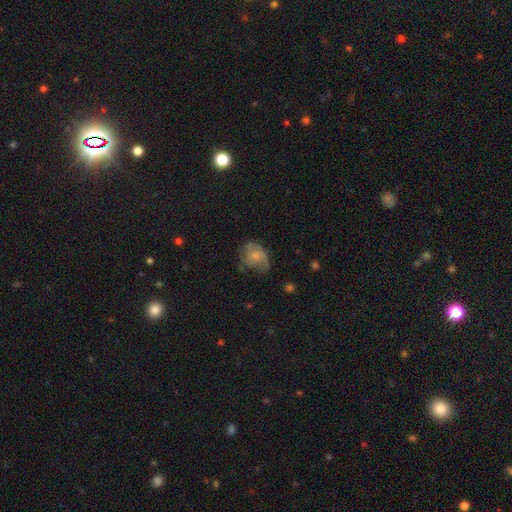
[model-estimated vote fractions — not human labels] This is possibly a featured or disk galaxy (48%). Merging: possibly none (46%).